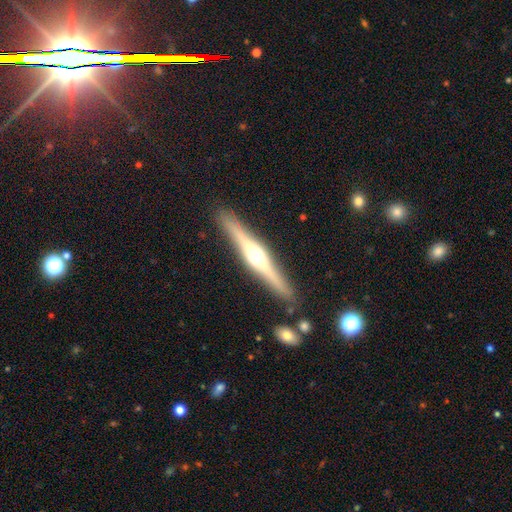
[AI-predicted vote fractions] Overall: featured or disk (75%). Edge-on disk: yes (97%). Edge-on bulge: rounded (93%). Merging: none (89%).